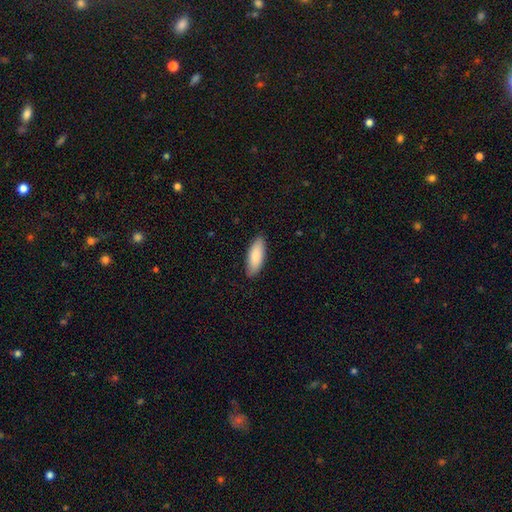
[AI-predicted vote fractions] Overall: smooth (87%). How rounded: in between (72%). Merging: none (87%).